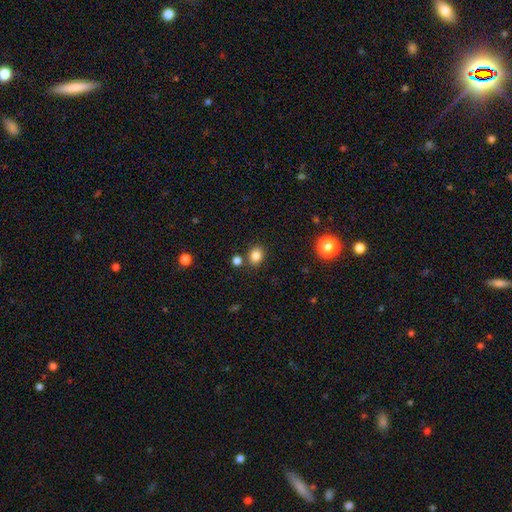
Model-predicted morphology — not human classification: Q: Smooth or featured?
A: smooth (83%); runner-up: star or artifact (12%)
Q: How rounded?
A: in between (50%); runner-up: round (49%)
Q: Merging?
A: none (80%); runner-up: minor disturbance (10%)